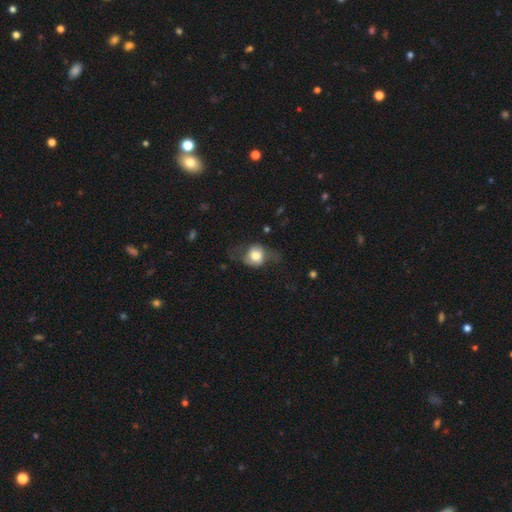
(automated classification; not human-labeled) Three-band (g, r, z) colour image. It shows a smooth galaxy with no disk features (59%) that is round (66%). Merging: none (50%).